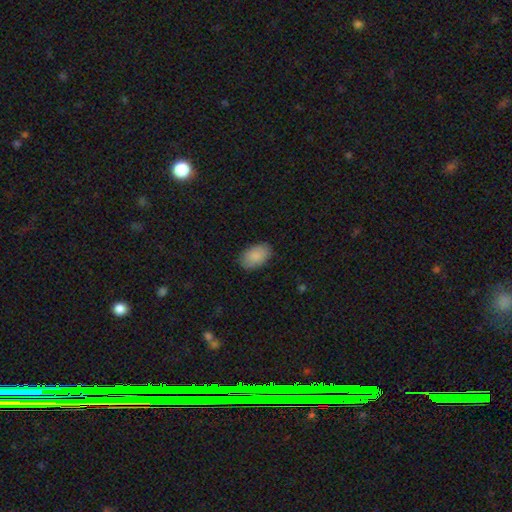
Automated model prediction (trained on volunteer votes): A smooth galaxy with no disk features (89%) that is in between round and cigar-shaped (91%). Merging: none (85%).